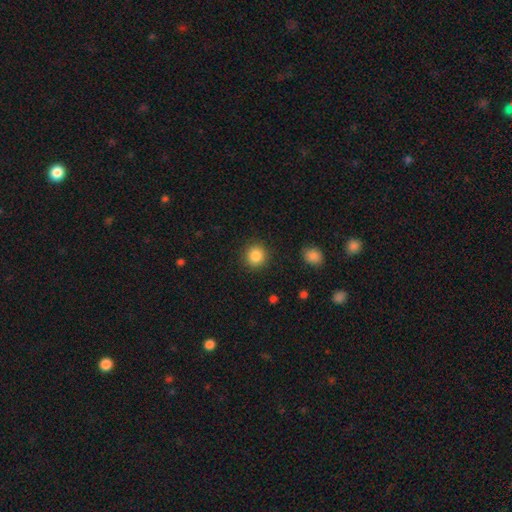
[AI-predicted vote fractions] smooth-or-featured: smooth: 86% | star or artifact: 10% | featured or disk: 5%
  how-rounded: round: 90% | in between: 9% | cigar-shaped: 1%
  merging: none: 90% | minor disturbance: 6% | major disturbance: 2% | merger: 1%